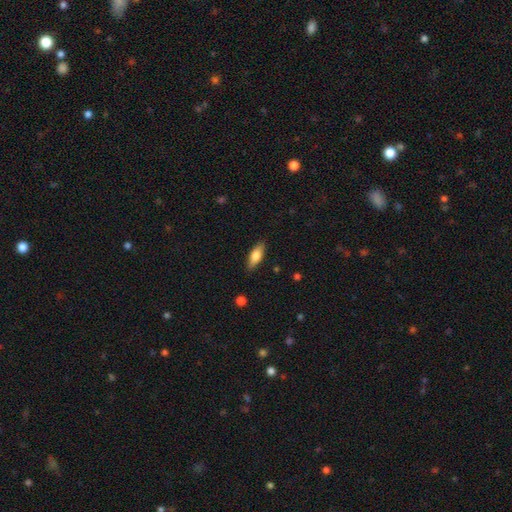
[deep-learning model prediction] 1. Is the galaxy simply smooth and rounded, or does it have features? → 74% smooth, 20% featured or disk, 6% star or artifact.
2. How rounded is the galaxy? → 68% in between, 30% cigar-shaped, 2% round.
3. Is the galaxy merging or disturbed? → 86% none, 11% minor disturbance, 2% major disturbance, 1% merger.